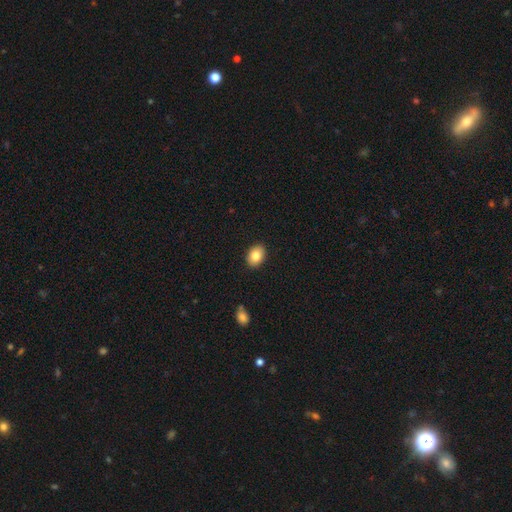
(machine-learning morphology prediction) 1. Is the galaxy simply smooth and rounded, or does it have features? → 83% smooth, 9% featured or disk, 8% star or artifact.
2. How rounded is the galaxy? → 75% in between, 24% round, 1% cigar-shaped.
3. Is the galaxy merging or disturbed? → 90% none, 8% minor disturbance, 2% major disturbance, 1% merger.